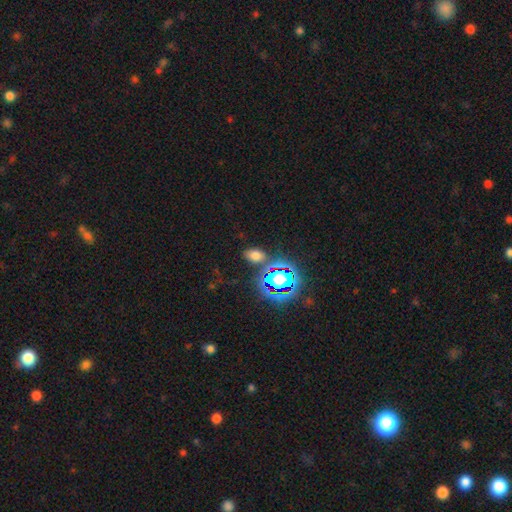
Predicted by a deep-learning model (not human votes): A smooth galaxy with no disk features (62%) that is in between round and cigar-shaped (82%).

Vote fractions:
- Smooth or featured? smooth: 62% / star or artifact: 29% / featured or disk: 9%
- How rounded? in between: 82% / round: 15% / cigar-shaped: 2%
- Merging? none: 77% / minor disturbance: 12% / merger: 6% / major disturbance: 4%